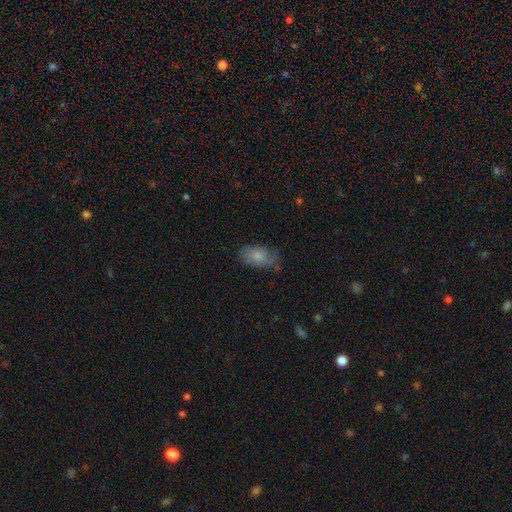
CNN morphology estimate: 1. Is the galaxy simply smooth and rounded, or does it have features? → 67% smooth, 21% featured or disk, 11% star or artifact.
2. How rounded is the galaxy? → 89% in between, 7% round, 4% cigar-shaped.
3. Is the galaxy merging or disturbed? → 72% none, 22% minor disturbance, 5% major disturbance, 1% merger.